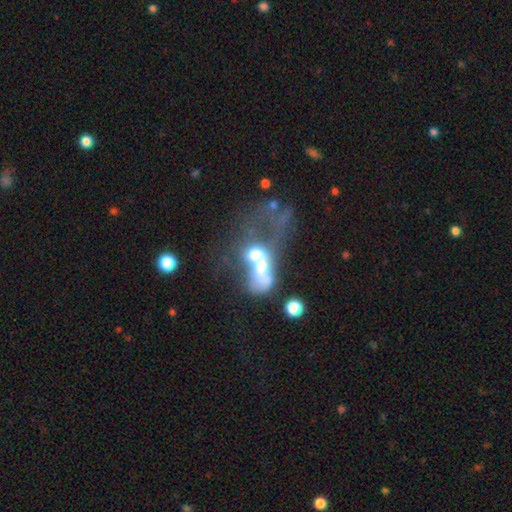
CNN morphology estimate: Smooth or featured: featured or disk — 43% (tied with smooth — 43%)
Merging: merger — 60% (major disturbance — 27%)